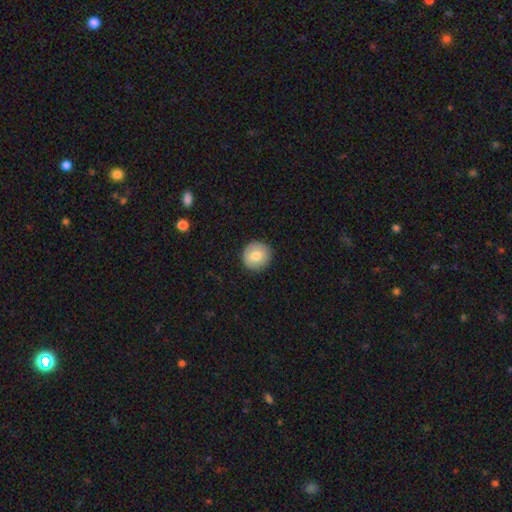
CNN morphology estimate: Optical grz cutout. It shows a smooth galaxy with no disk features (79%) that is round (93%). Merging: none (90%).